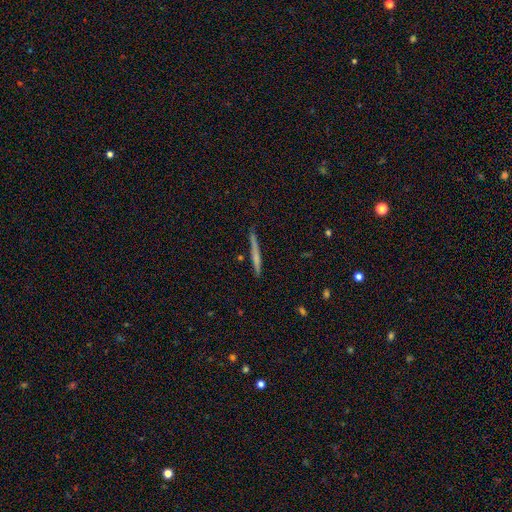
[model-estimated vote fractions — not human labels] A smooth galaxy with no disk features (51%) that is cigar-shaped (96%). Merging: none (87%).